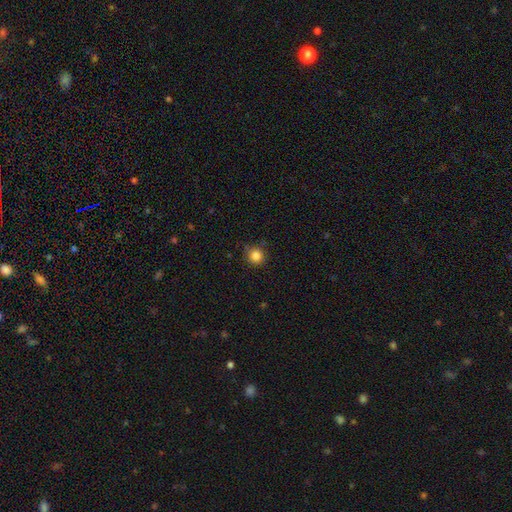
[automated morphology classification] smooth 84%, star or artifact 12%, featured or disk 4%. Down the decision tree: how rounded — round (93%); merging — none (83%).